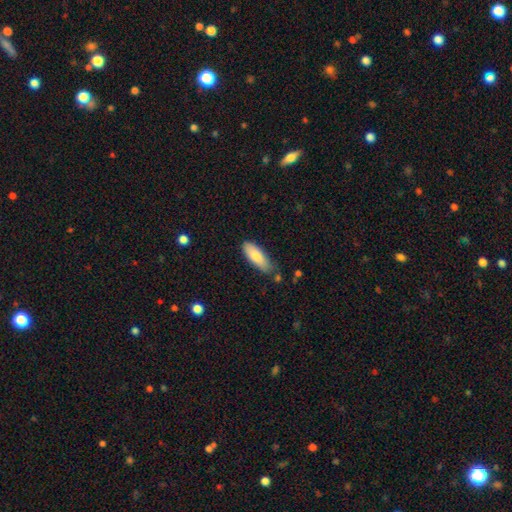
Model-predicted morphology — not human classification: Smooth or featured: smooth — 79% (featured or disk — 15%)
How rounded: in between — 64% (cigar-shaped — 34%)
Merging: none — 71% (minor disturbance — 22%)